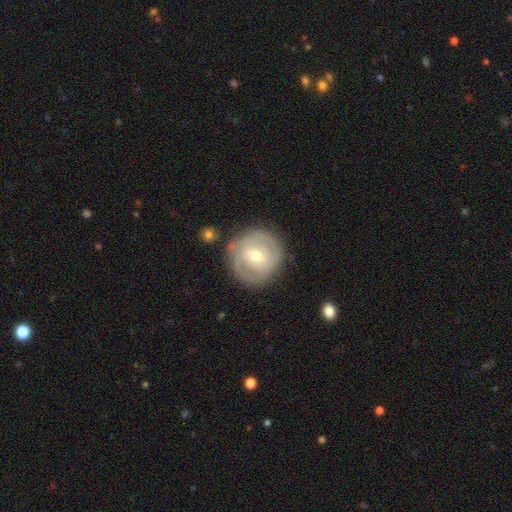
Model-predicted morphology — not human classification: This appears to be a featured or disk galaxy (74%) with no bar (45%), 2 (40%) tight (69%) spiral arms (86%) and a moderate central bulge (55%). Merging: none (80%).